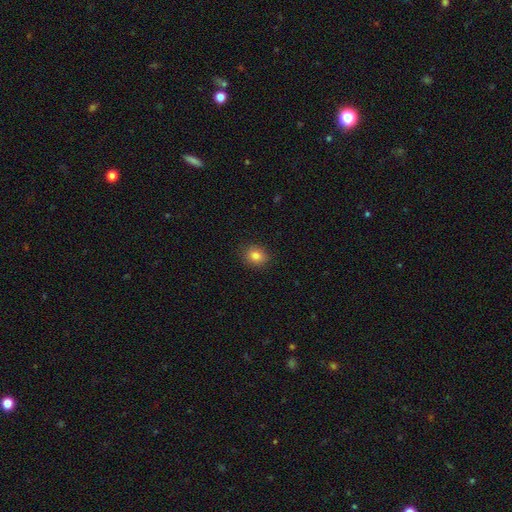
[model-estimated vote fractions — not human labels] A smooth galaxy with no disk features (84%) that is round (59%).

Vote fractions:
- Smooth or featured? smooth: 84% / star or artifact: 11% / featured or disk: 6%
- How rounded? round: 59% / in between: 40% / cigar-shaped: 1%
- Merging? none: 88% / minor disturbance: 8% / major disturbance: 2% / merger: 1%